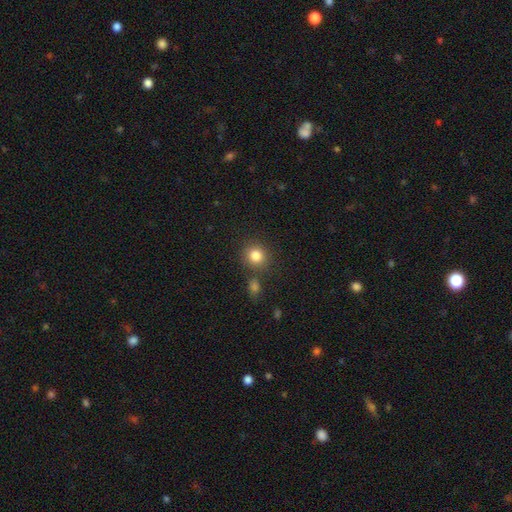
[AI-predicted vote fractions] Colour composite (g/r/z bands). It shows a smooth galaxy with no disk features (83%) that is round (86%). Merging: none (77%).